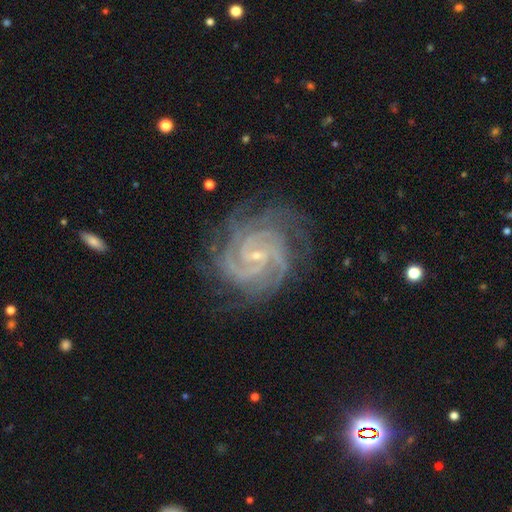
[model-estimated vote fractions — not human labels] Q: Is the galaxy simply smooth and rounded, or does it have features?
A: featured or disk — 92%.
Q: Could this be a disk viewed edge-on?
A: no — 98%.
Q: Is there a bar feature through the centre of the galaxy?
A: weak — 44%.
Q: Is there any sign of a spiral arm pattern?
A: yes — 99%.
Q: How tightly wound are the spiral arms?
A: tight — 72%.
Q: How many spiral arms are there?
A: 4 — 25%.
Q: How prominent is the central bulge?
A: small — 85%.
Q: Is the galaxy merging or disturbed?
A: none — 78%.